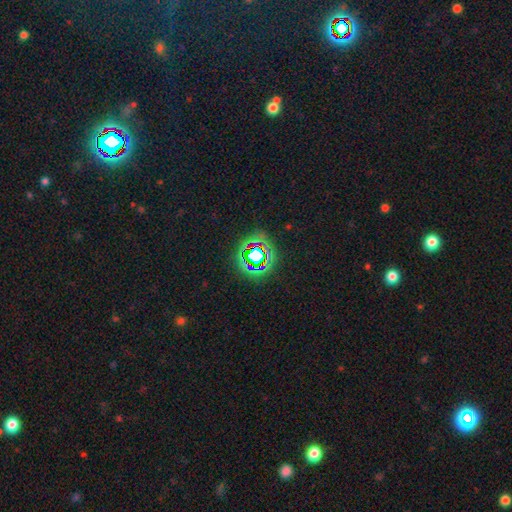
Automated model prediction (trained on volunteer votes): Smooth or featured? Predicted: star or artifact (p=0.64).